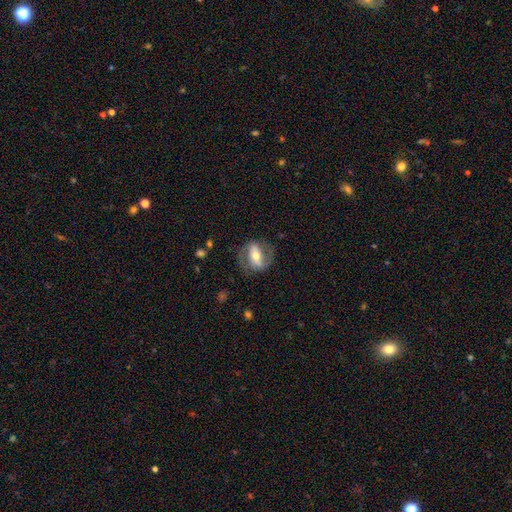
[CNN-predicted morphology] featured or disk 69%, smooth 25%, star or artifact 6%. Down the decision tree: edge-on disk — no (93%); bar — strong (54%); spiral arms — yes (79%); spiral arm count — 2 (85%); spiral winding — medium (48%); bulge size — moderate (64%); merging — none (73%).